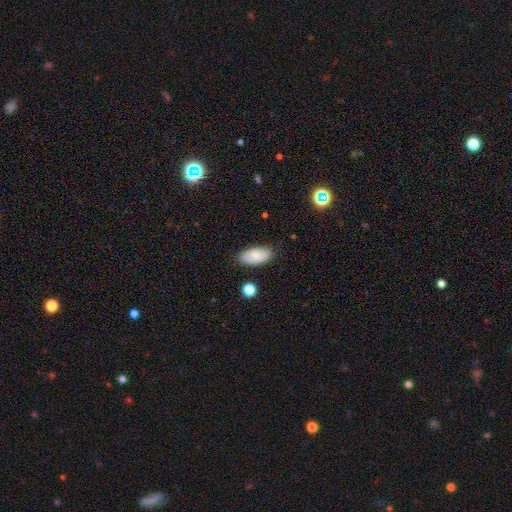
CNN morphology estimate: Smooth or featured: smooth — 82% (featured or disk — 11%)
How rounded: in between — 93% (cigar-shaped — 4%)
Merging: none — 83% (minor disturbance — 13%)